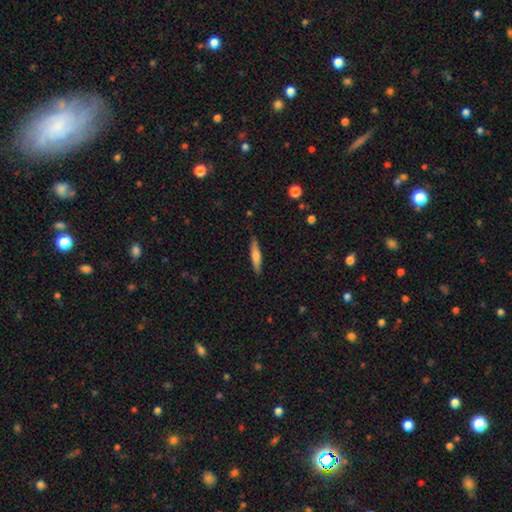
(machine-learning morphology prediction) Smooth or featured? smooth (62%)
How rounded? cigar-shaped (85%)
Merging? none (86%)